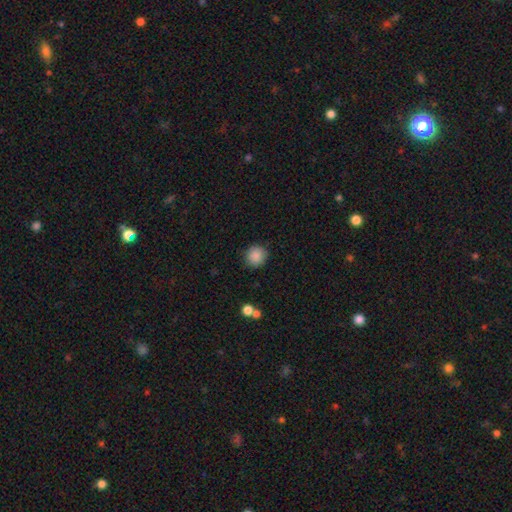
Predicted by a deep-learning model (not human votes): Smooth or featured? Predicted: smooth (p=0.88). How rounded? Predicted: round (p=0.90). Merging? Predicted: none (p=0.88).